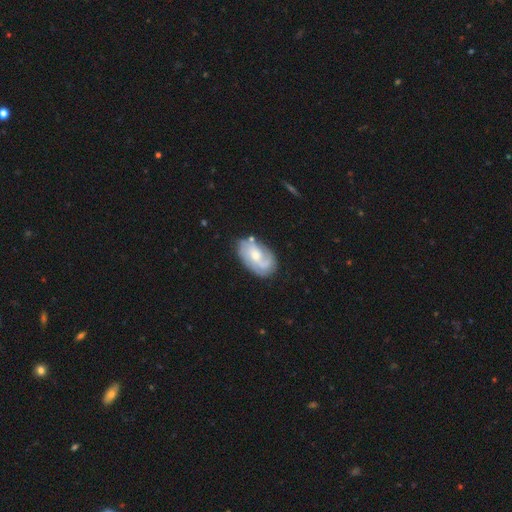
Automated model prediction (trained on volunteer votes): smooth-or-featured: featured or disk: 74% | smooth: 21% | star or artifact: 5%
  disk-edge-on: no: 96% | yes: 4%
    bar: no: 61% | weak: 34% | strong: 5%
    has-spiral-arms: yes: 91% | no: 9%
      spiral-winding: tight: 40% (tied) | medium: 40% (tied) | loose: 20%
      spiral-arm-count: 2: 47% | can't tell: 25% | 3: 14% | 1: 9% | 4: 3% | more than 4: 3%
    bulge-size: moderate: 53% | small: 41% | large: 3% | none: 2% | dominant: 1%
  merging: none: 70% | minor disturbance: 20% | major disturbance: 6% | merger: 4%